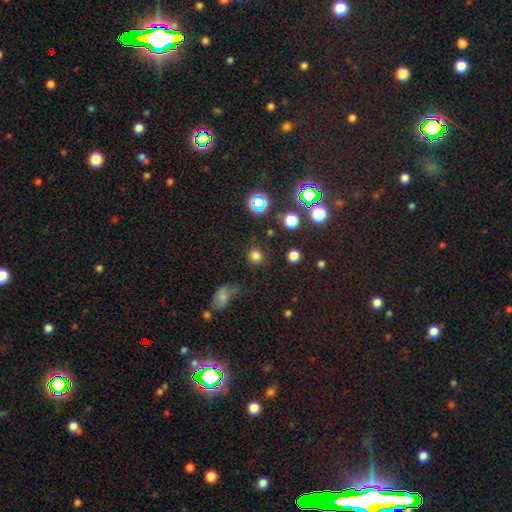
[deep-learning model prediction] This is likely a smooth galaxy (75%). How rounded: clearly round (86%). Merging: clearly none (82%).